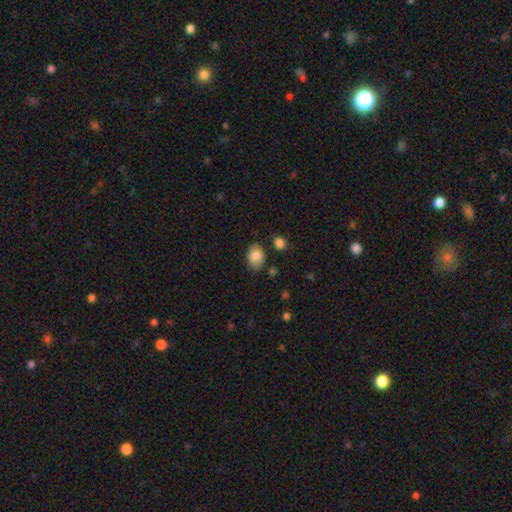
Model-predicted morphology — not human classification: smooth 84%, star or artifact 8%, featured or disk 8%. Down the decision tree: how rounded — in between (75%); merging — none (77%).